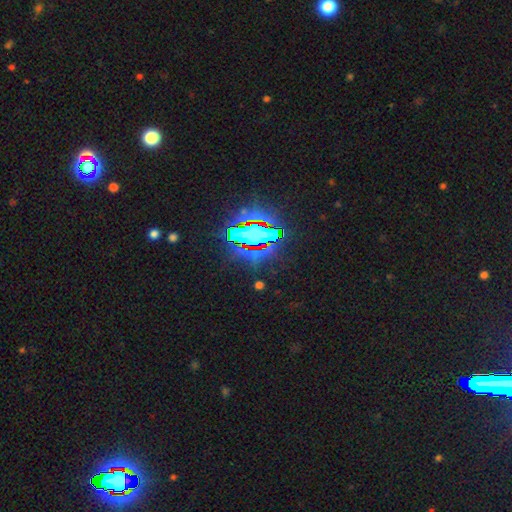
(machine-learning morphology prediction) Q: Smooth or featured?
A: star or artifact (85%); runner-up: smooth (8%)